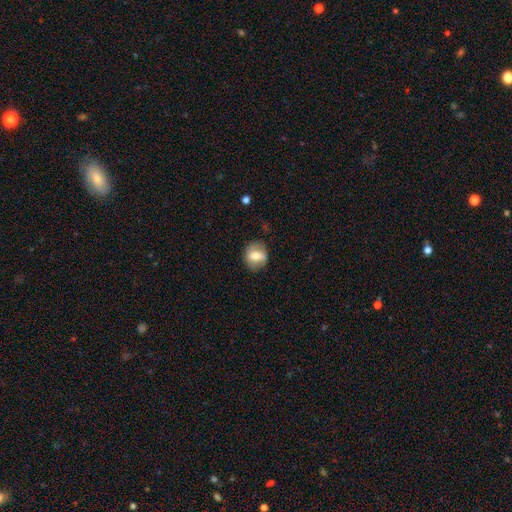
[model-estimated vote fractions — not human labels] smooth-or-featured: smooth: 59% | featured or disk: 34% | star or artifact: 8%
  how-rounded: round: 65% | in between: 34% | cigar-shaped: 2%
  merging: none: 76% | minor disturbance: 17% | major disturbance: 6% | merger: 1%